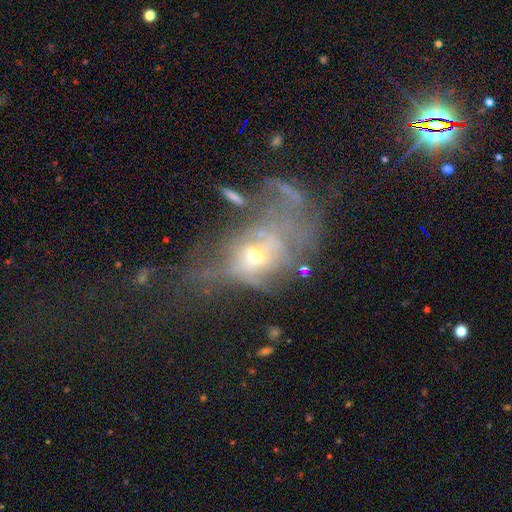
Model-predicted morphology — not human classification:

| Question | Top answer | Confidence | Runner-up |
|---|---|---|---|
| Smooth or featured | featured or disk | 53% | smooth (31%) |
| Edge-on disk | no | 84% | yes (16%) |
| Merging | major disturbance | 50% | none (18%) |